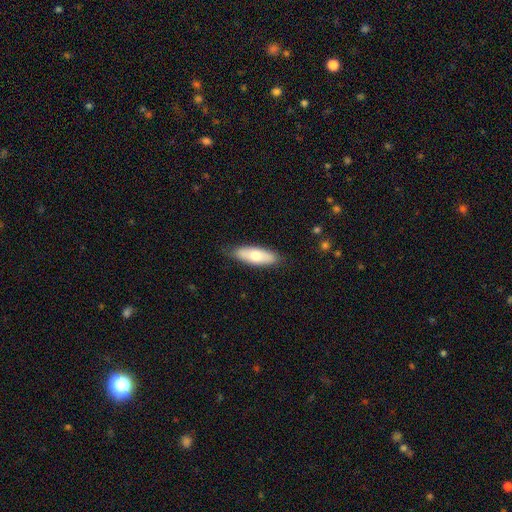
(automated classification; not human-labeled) smooth-or-featured: smooth: 70% | featured or disk: 25% | star or artifact: 6%
  how-rounded: in between: 62% | cigar-shaped: 36% | round: 2%
  merging: none: 82% | minor disturbance: 14% | major disturbance: 3% | merger: 1%